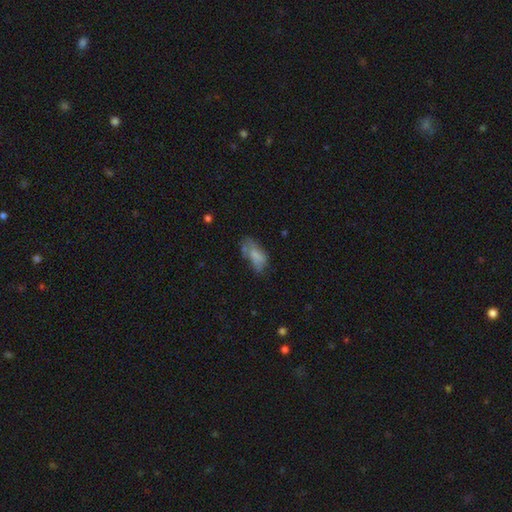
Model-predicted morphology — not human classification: Q: Smooth or featured?
A: smooth (66%); runner-up: featured or disk (24%)
Q: How rounded?
A: in between (88%); runner-up: cigar-shaped (9%)
Q: Merging?
A: none (39%); runner-up: minor disturbance (29%)